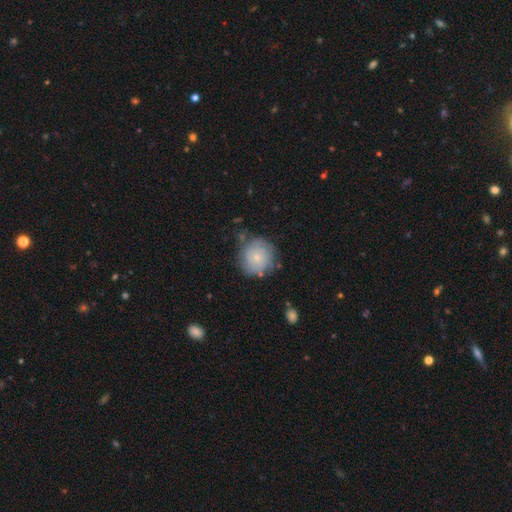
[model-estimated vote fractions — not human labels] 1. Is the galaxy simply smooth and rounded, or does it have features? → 71% smooth, 21% featured or disk, 8% star or artifact.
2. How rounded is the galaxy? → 91% round, 8% in between, 1% cigar-shaped.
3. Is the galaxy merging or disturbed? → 71% none, 20% minor disturbance, 6% major disturbance, 4% merger.